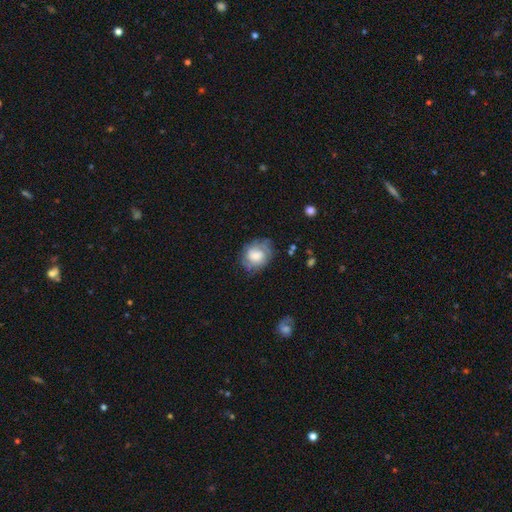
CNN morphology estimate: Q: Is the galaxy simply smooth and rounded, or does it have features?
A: smooth — 47%.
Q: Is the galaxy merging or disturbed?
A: none — 61%.